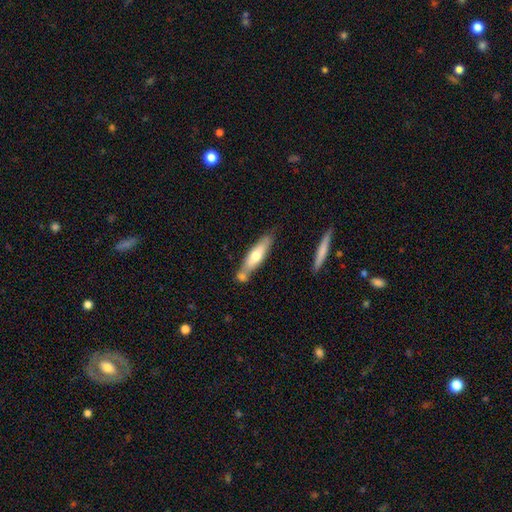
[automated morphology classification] This is possibly a smooth galaxy (57%). How rounded: likely cigar-shaped (69%). Merging: possibly none (55%).